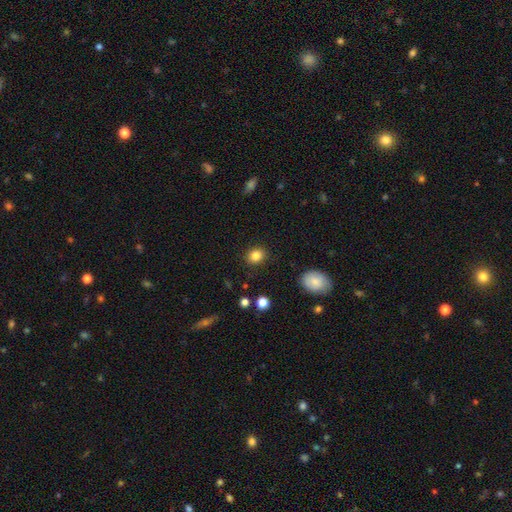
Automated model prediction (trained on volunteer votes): A smooth galaxy with no disk features (85%) that is round (69%). Merging: none (89%).